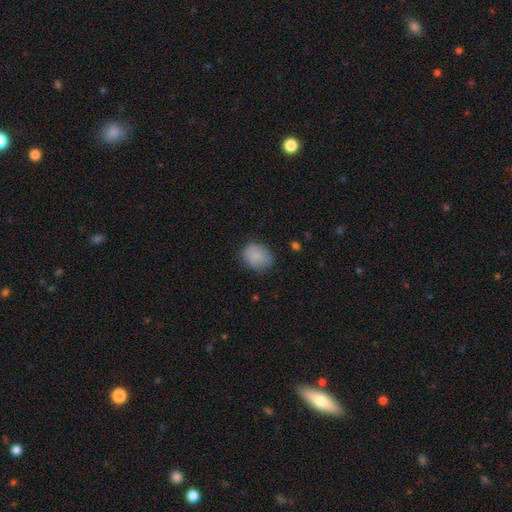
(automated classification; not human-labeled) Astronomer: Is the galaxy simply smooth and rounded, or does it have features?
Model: smooth — 86%.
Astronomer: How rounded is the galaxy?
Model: in between — 52% (runner-up: round, 47%).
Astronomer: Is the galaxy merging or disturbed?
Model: none — 76%.